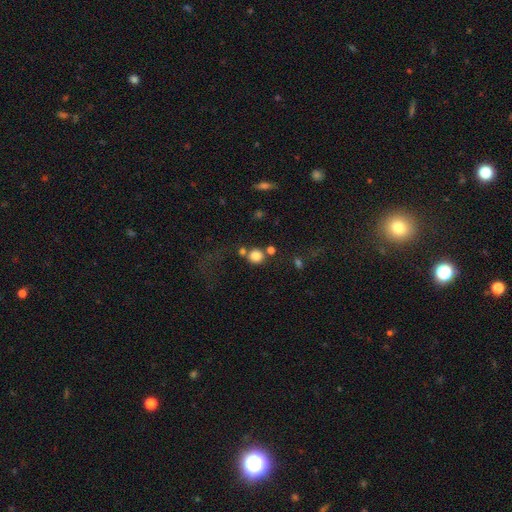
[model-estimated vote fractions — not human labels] Smooth or featured? Predicted: smooth (p=0.81). How rounded? Predicted: round (p=0.90). Merging? Predicted: none (p=0.65).